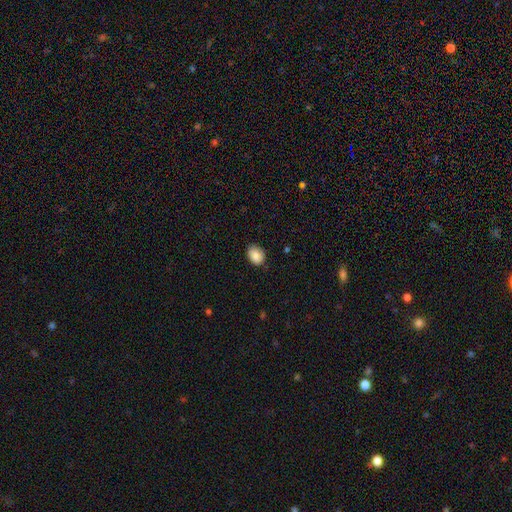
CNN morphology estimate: A smooth galaxy with no disk features (87%) that is in between round and cigar-shaped (56%). Merging: none (80%).